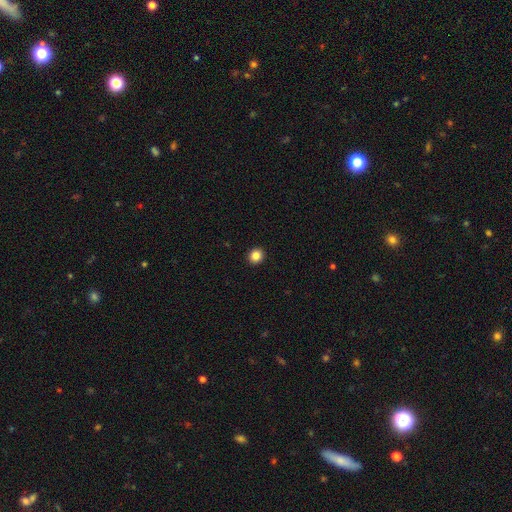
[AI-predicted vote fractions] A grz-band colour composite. It shows a smooth galaxy with no disk features (85%) that is round (89%). Merging: none (93%).